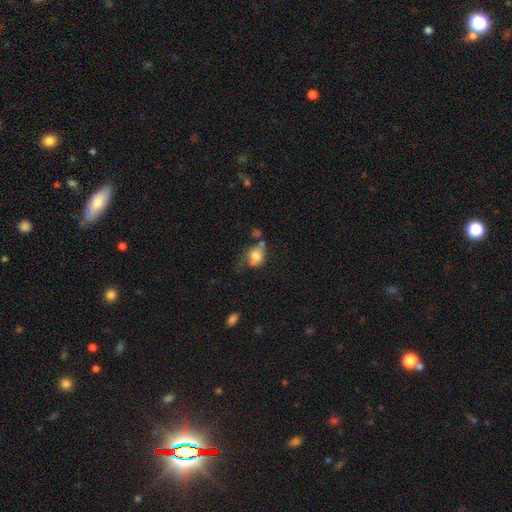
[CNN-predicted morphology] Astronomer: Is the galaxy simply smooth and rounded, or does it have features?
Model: smooth — 67%.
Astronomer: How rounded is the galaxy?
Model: in between — 62%.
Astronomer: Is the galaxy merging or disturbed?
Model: none — 30% (runner-up: minor disturbance, 27%).